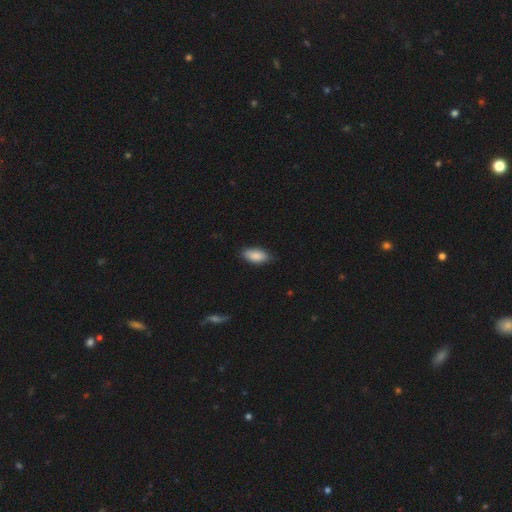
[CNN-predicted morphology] The model was most divided on "merging": none: 81%, minor disturbance: 16%, major disturbance: 2%, merger: 1%. More confident: how rounded — in between (90%); smooth or featured — smooth (87%).